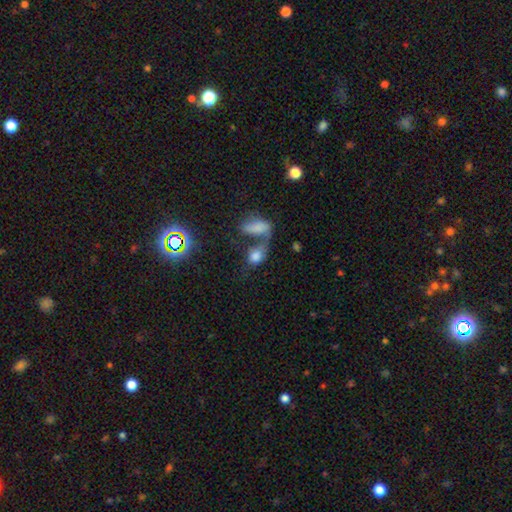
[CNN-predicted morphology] smooth_or_featured: smooth (p=0.67) [alt: featured or disk p=0.18]
how_rounded: in between (p=0.67) [alt: round p=0.29]
merging: merger (p=0.55) [alt: none p=0.20]